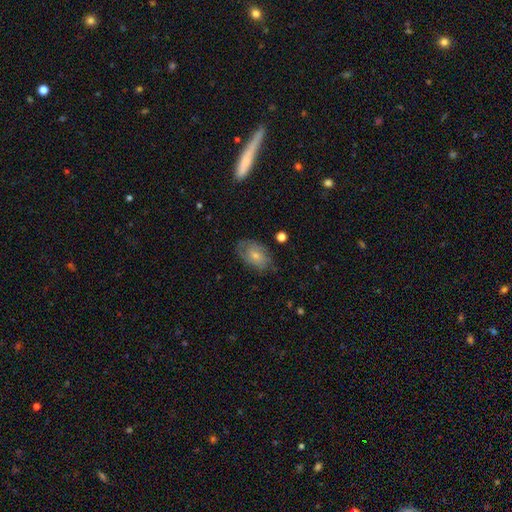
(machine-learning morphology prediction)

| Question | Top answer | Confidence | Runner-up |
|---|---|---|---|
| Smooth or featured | smooth | 52% | featured or disk (40%) |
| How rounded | in between | 87% | round (11%) |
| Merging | none | 66% | minor disturbance (24%) |